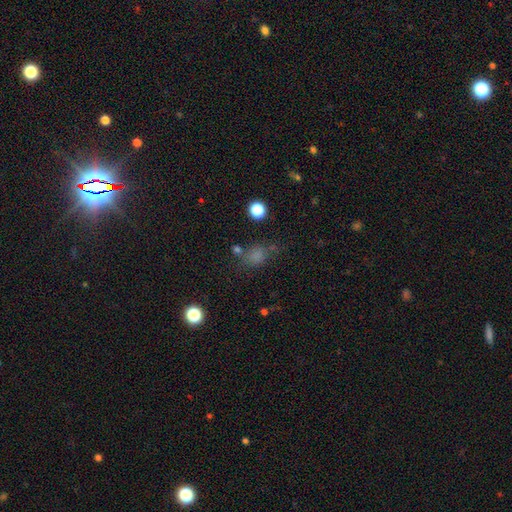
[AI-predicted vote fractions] smooth-or-featured: smooth: 71% | star or artifact: 21% | featured or disk: 8%
  how-rounded: round: 49% (tied) | in between: 49% (tied) | cigar-shaped: 2%
  merging: none: 61% | minor disturbance: 19% | major disturbance: 11% | merger: 9%